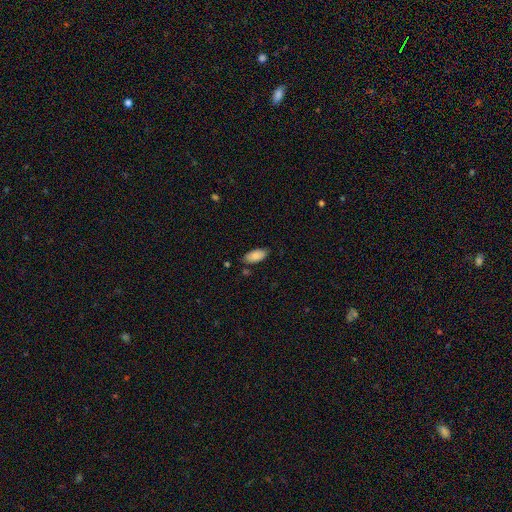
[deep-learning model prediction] smooth_or_featured: smooth (p=0.86) [alt: featured or disk p=0.07]
how_rounded: in between (p=0.92) [alt: cigar-shaped p=0.06]
merging: none (p=0.79) [alt: minor disturbance p=0.16]